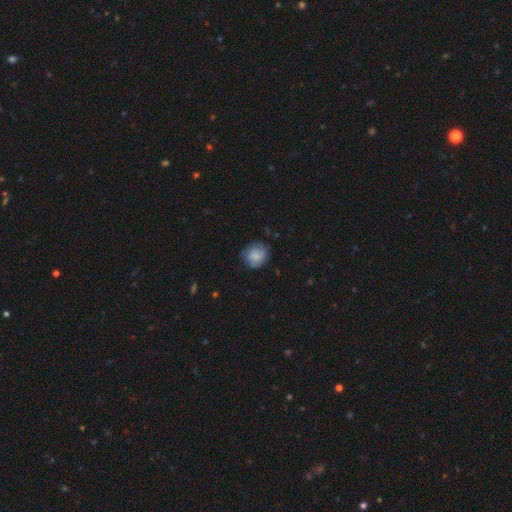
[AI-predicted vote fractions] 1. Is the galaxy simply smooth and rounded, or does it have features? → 79% smooth, 14% featured or disk, 8% star or artifact.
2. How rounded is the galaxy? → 77% round, 22% in between, 1% cigar-shaped.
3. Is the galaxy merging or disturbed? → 74% none, 20% minor disturbance, 5% major disturbance, 1% merger.